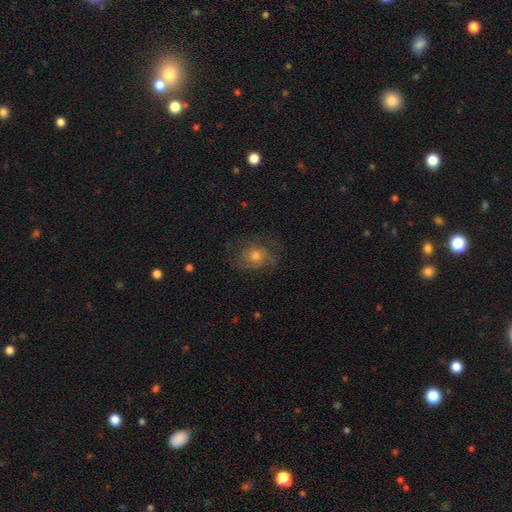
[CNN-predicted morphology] This appears to be a featured or disk galaxy (45%). Merging: none (67%).